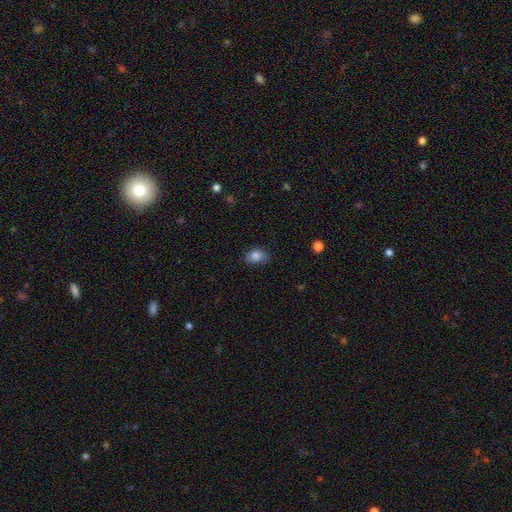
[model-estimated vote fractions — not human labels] smooth 83%, star or artifact 9%, featured or disk 8%. Down the decision tree: how rounded — in between (79%); merging — none (70%).